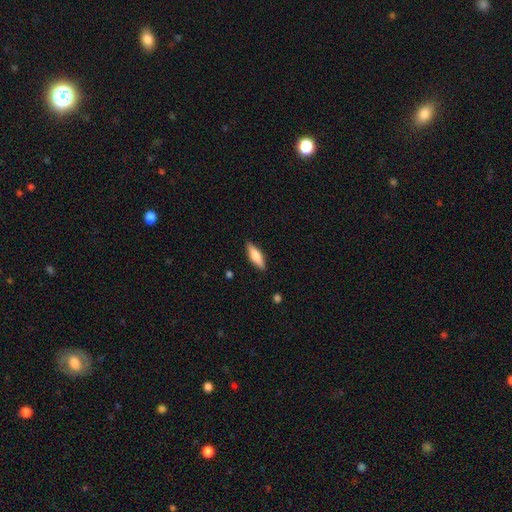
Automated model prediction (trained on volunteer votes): Smooth or featured? Predicted: smooth (p=0.64). How rounded? Predicted: cigar-shaped (p=0.51). Merging? Predicted: none (p=0.88).